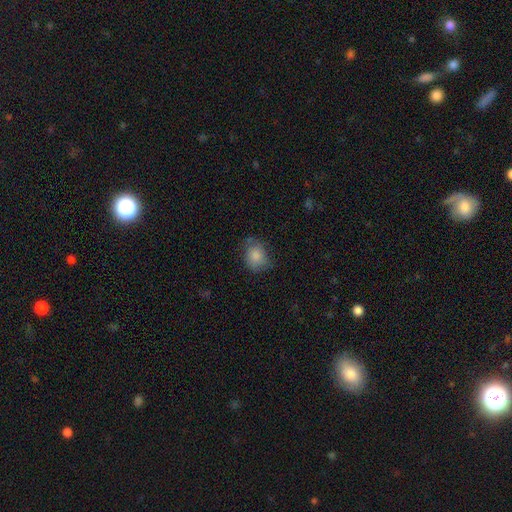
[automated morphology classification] A smooth galaxy with no disk features (83%) that is round (51%).

Vote fractions:
- Smooth or featured? smooth: 83% / featured or disk: 9% / star or artifact: 8%
- How rounded? round: 51% / in between: 48% / cigar-shaped: 1%
- Merging? none: 62% / minor disturbance: 27% / major disturbance: 9% / merger: 2%